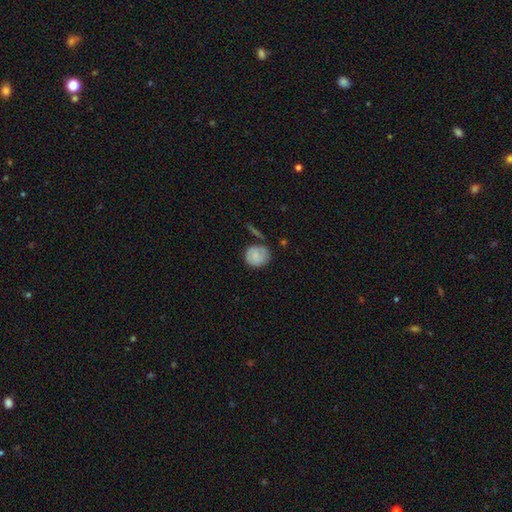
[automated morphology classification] This is clearly a smooth galaxy (81%). How rounded: likely round (80%). Merging: likely none (64%).